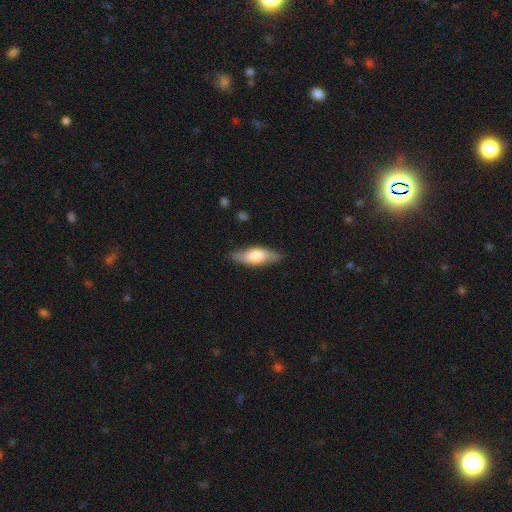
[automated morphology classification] smooth 63%, featured or disk 32%, star or artifact 6%. Down the decision tree: how rounded — in between (60%); merging — none (82%).